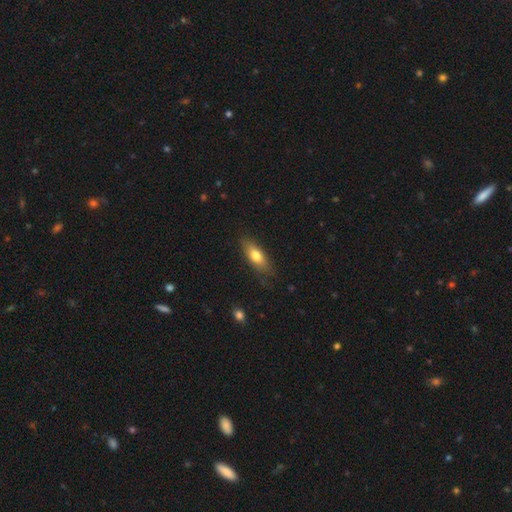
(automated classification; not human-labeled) smooth-or-featured: smooth: 72% | featured or disk: 21% | star or artifact: 7%
  how-rounded: in between: 68% | cigar-shaped: 28% | round: 4%
  merging: none: 76% | minor disturbance: 18% | major disturbance: 4% | merger: 1%